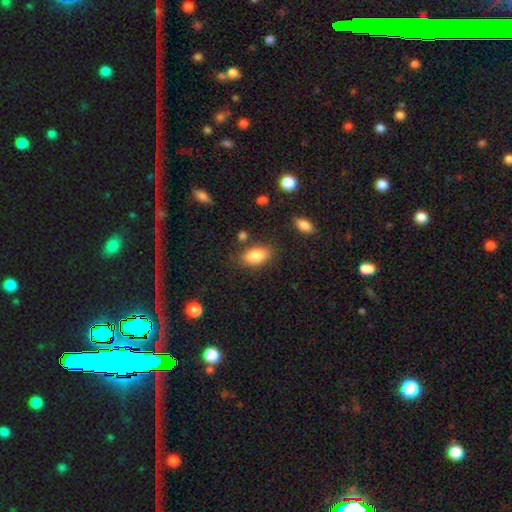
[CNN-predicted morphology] Q: Smooth or featured?
A: smooth (85%); runner-up: featured or disk (8%)
Q: How rounded?
A: in between (91%); runner-up: round (5%)
Q: Merging?
A: none (81%); runner-up: minor disturbance (12%)